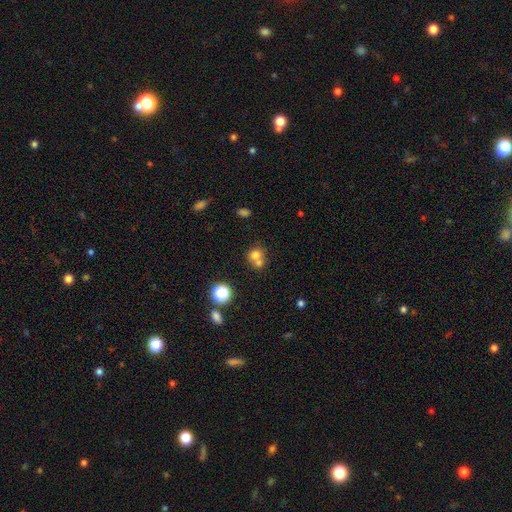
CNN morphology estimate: Q: Smooth or featured?
A: smooth (70%); runner-up: star or artifact (15%)
Q: How rounded?
A: round (78%); runner-up: in between (21%)
Q: Merging?
A: merger (53%); runner-up: none (37%)